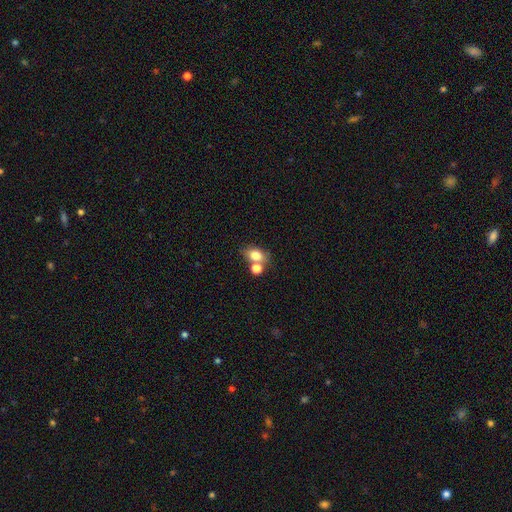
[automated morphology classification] This appears to be a smooth galaxy with no disk features (78%) that is in between round and cigar-shaped (67%). Merging: none (48%).